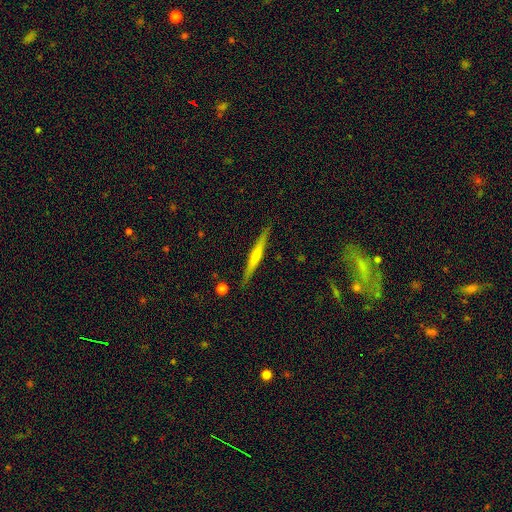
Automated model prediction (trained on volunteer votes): A featured or disk galaxy (62%) viewed edge-on (97%) with a rounded central bulge (55%).

Vote fractions:
- Smooth or featured? featured or disk: 62% / smooth: 32% / star or artifact: 6%
- Edge-on disk? yes: 97% / no: 3%
- Edge-on bulge? rounded: 55% / none: 36% / boxy: 9%
- Merging? none: 90% / minor disturbance: 8% / major disturbance: 2% / merger: 1%